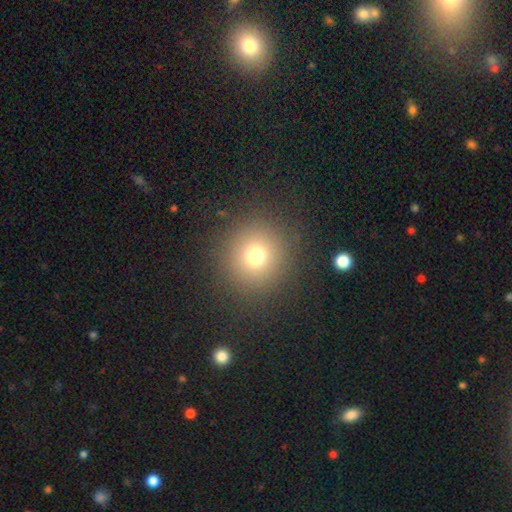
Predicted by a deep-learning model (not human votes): Smooth or featured?
  - smooth: 72% *
  - star or artifact: 19%
  - featured or disk: 10%
How rounded?
  - round: 93% *
  - in between: 6%
  - cigar-shaped: 1%
Merging?
  - none: 88% *
  - minor disturbance: 7%
  - major disturbance: 4%
  - merger: 1%